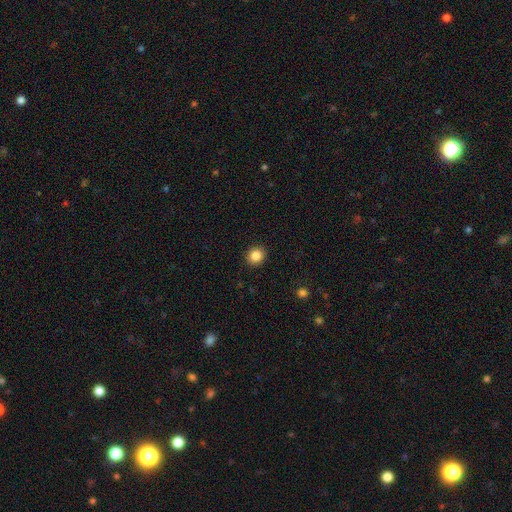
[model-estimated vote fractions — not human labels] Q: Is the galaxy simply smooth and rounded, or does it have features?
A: smooth — 86%.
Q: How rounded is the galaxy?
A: round — 83%.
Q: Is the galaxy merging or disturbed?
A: none — 92%.